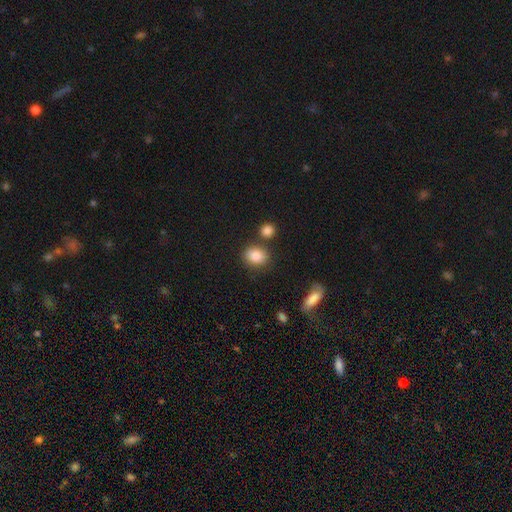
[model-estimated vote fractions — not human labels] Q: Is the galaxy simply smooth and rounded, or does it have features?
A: smooth — 85%.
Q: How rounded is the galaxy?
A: in between — 56%.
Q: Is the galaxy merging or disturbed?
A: none — 73%.